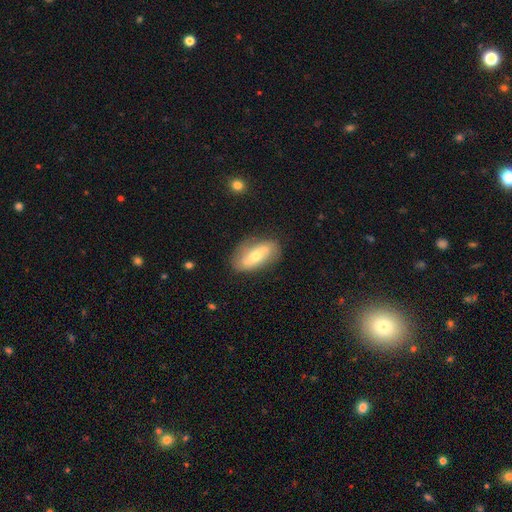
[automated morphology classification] A featured or disk galaxy (55%).

Vote fractions:
- Smooth or featured? featured or disk: 55% / smooth: 38% / star or artifact: 7%
- Edge-on disk? no: 86% / yes: 14%
- Merging? none: 81% / minor disturbance: 13% / major disturbance: 4% / merger: 1%